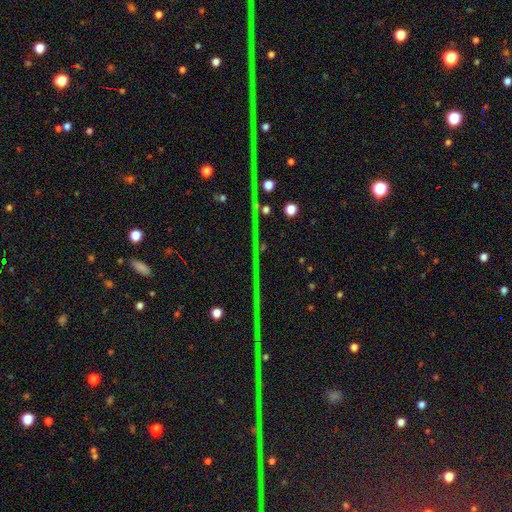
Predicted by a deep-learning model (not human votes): smooth_or_featured: star or artifact (p=0.86) [alt: featured or disk p=0.08]